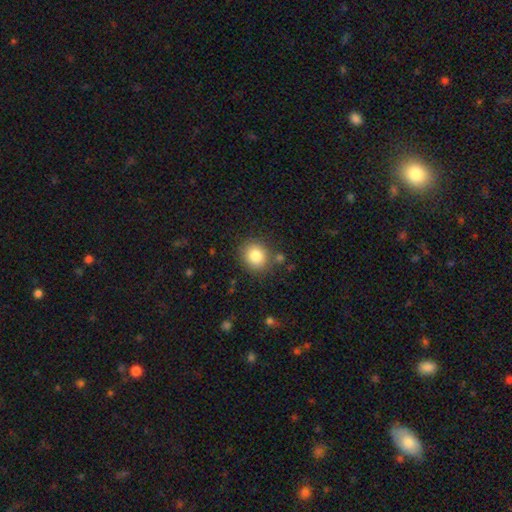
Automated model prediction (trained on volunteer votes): smooth-or-featured: smooth: 84% | star or artifact: 9% | featured or disk: 7%
  how-rounded: round: 75% | in between: 24% | cigar-shaped: 1%
  merging: none: 81% | minor disturbance: 11% | merger: 4% | major disturbance: 4%